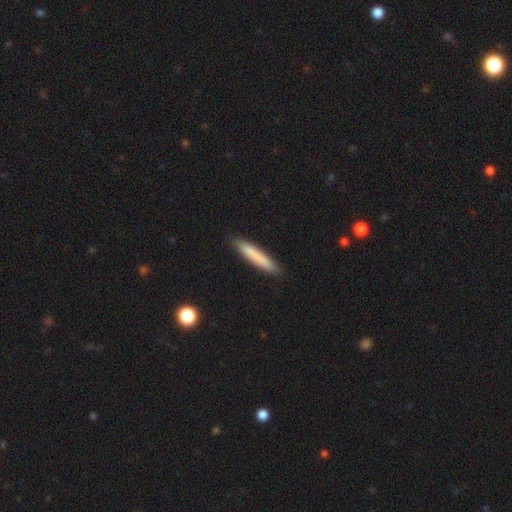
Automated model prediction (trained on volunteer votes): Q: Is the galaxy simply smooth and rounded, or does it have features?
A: smooth — 80%.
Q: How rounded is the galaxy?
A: cigar-shaped — 93%.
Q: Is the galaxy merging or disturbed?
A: none — 90%.